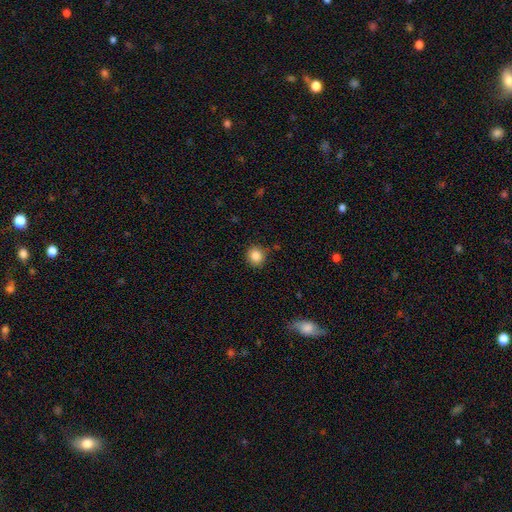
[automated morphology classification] smooth_or_featured: smooth (p=0.86) [alt: star or artifact p=0.10]
how_rounded: round (p=0.86) [alt: in between p=0.13]
merging: none (p=0.88) [alt: minor disturbance p=0.08]